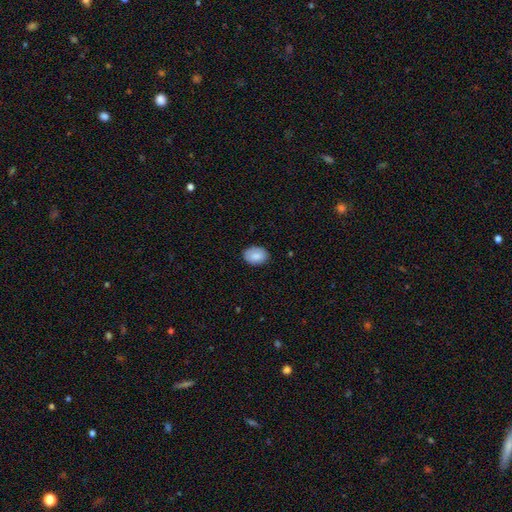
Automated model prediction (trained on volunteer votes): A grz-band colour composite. It shows a smooth galaxy with no disk features (86%) that is in between round and cigar-shaped (82%). Merging: none (84%).